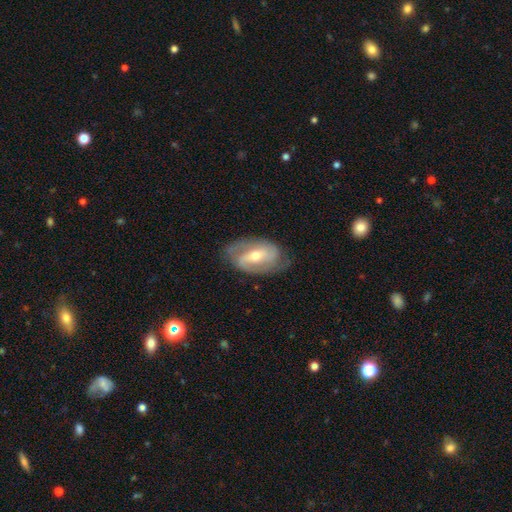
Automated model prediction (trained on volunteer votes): A featured or disk galaxy (82%) with a weak bar (41%), 2 (79%) medium (45%) spiral arms (92%) and a moderate central bulge (60%).

Vote fractions:
- Smooth or featured? featured or disk: 82% / smooth: 13% / star or artifact: 6%
- Edge-on disk? no: 95% / yes: 5%
- Bar? weak: 41% / strong: 36% / no: 23%
- Spiral arms? yes: 92% / no: 8%
- Spiral winding? medium: 45% / tight: 34% / loose: 20%
- Spiral arm count? 2: 79% / can't tell: 10% / 3: 5% / 1: 3% / 4: 1% / more than 4: 1%
- Bulge size? moderate: 60% / small: 36% / large: 3% / none: 1% / dominant: 1%
- Merging? none: 74% / minor disturbance: 19% / major disturbance: 6% / merger: 1%